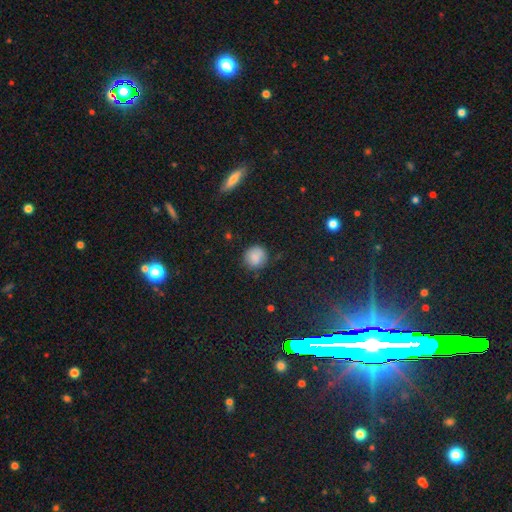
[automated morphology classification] Smooth or featured? Predicted: smooth (p=0.83). How rounded? Predicted: round (p=0.90). Merging? Predicted: none (p=0.80).